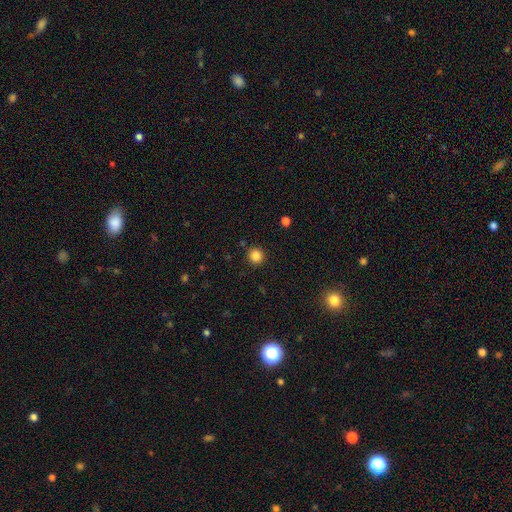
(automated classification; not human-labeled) smooth-or-featured: smooth: 84% | star or artifact: 12% | featured or disk: 4%
  how-rounded: round: 94% | in between: 5% | cigar-shaped: 1%
  merging: none: 91% | minor disturbance: 5% | major disturbance: 2% | merger: 2%